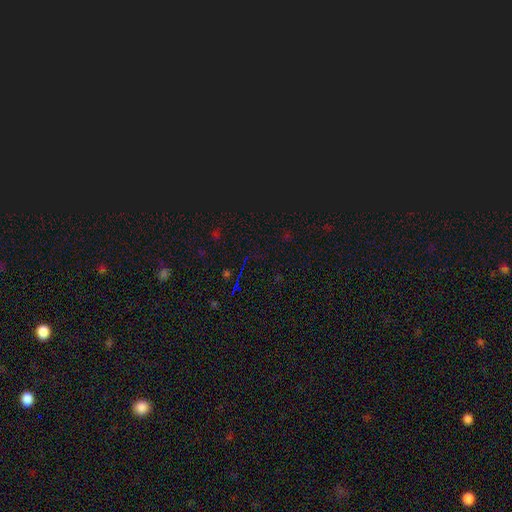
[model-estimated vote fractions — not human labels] Q: Smooth or featured?
A: star or artifact (75%); runner-up: smooth (16%)